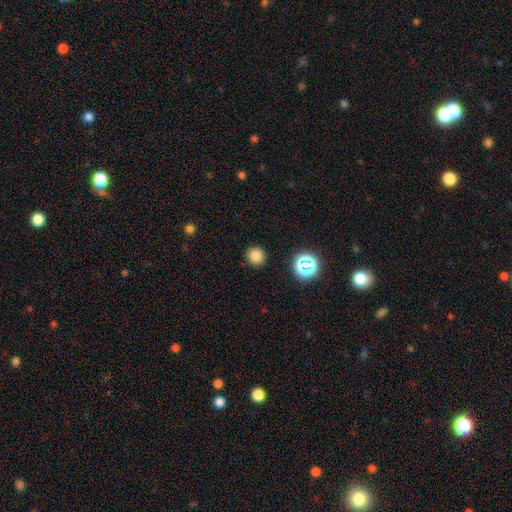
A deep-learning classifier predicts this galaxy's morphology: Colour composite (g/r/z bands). It shows a smooth galaxy with no disk features (79%) that is round (91%). Merging: none (90%).